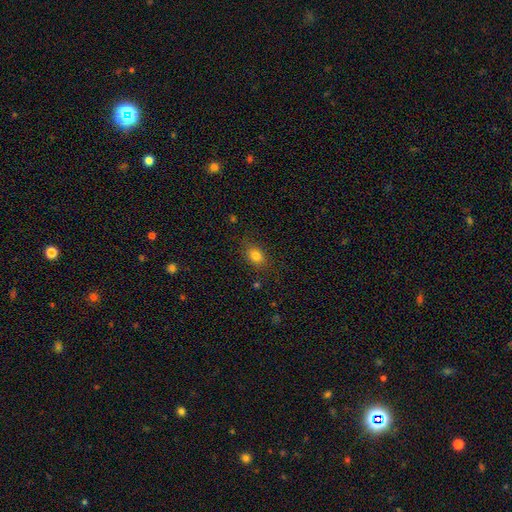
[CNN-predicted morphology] Q: Smooth or featured?
A: smooth (81%); runner-up: star or artifact (12%)
Q: How rounded?
A: in between (64%); runner-up: round (34%)
Q: Merging?
A: none (81%); runner-up: minor disturbance (14%)